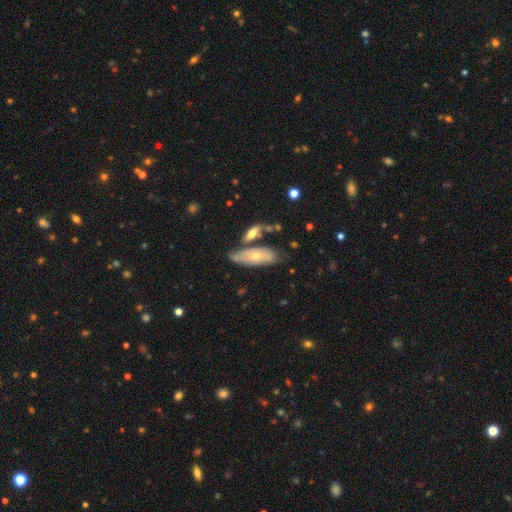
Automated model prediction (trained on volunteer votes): smooth_or_featured: smooth (p=0.50) [alt: featured or disk p=0.43]
merging: none (p=0.54) [alt: minor disturbance p=0.21]